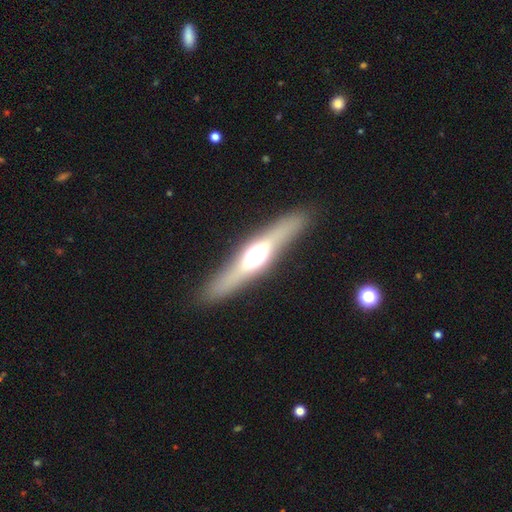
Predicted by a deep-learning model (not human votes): Morphology: type=featured or disk (66%); edge-on=yes (92%); edge-on bulge=rounded (93%); merging=none (89%).